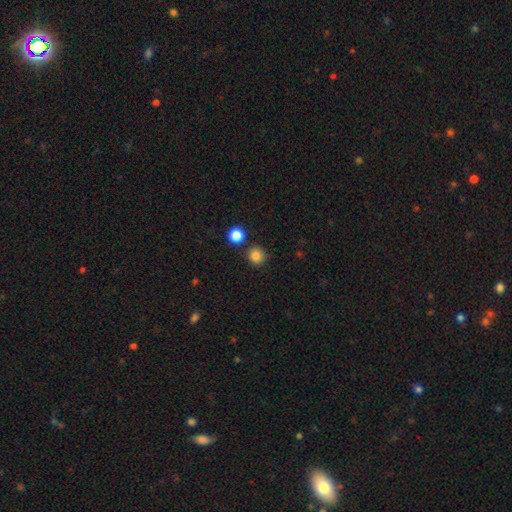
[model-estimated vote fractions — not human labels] Smooth or featured: smooth — 84% (star or artifact — 12%)
How rounded: round — 94% (in between — 5%)
Merging: none — 85% (minor disturbance — 7%)